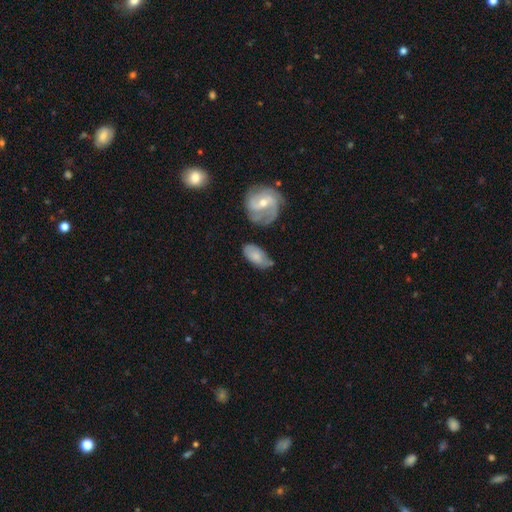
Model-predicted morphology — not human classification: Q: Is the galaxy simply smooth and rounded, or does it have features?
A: smooth — 60%.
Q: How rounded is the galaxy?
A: in between — 91%.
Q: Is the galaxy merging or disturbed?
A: none — 49%.